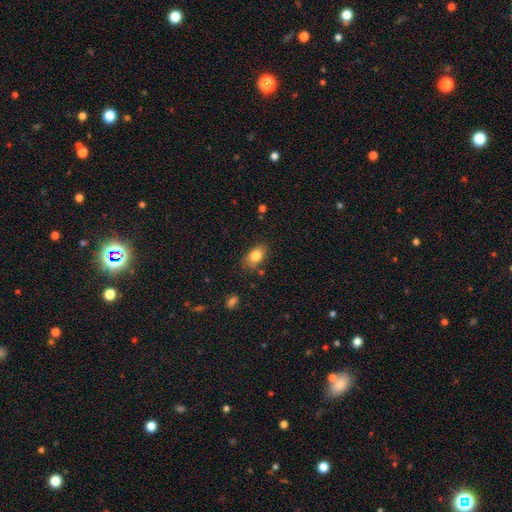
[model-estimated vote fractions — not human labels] Smooth or featured?
  - smooth: 82% *
  - featured or disk: 10%
  - star or artifact: 8%
How rounded?
  - in between: 85% *
  - round: 13%
  - cigar-shaped: 2%
Merging?
  - none: 77% *
  - minor disturbance: 16%
  - major disturbance: 3%
  - merger: 3%